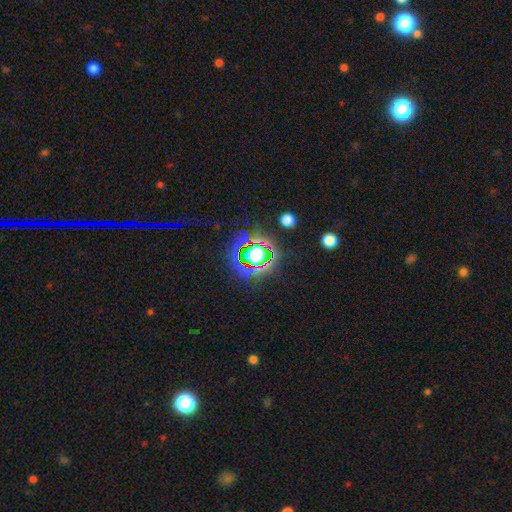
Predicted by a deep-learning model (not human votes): Smooth or featured: star or artifact — 65% (smooth — 23%)